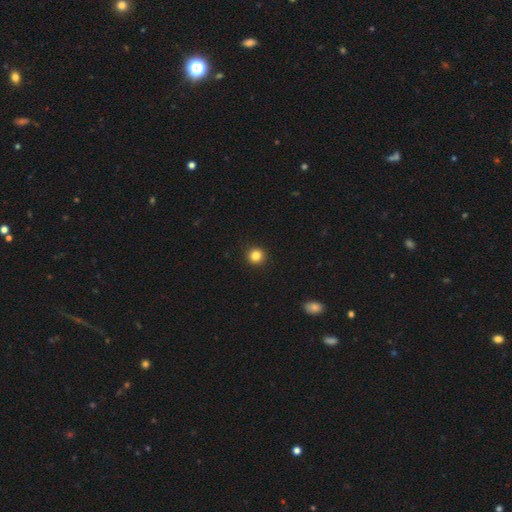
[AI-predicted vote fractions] A smooth galaxy with no disk features (84%) that is round (94%).

Vote fractions:
- Smooth or featured? smooth: 84% / star or artifact: 12% / featured or disk: 5%
- How rounded? round: 94% / in between: 5% / cigar-shaped: 1%
- Merging? none: 93% / minor disturbance: 5% / major disturbance: 2% / merger: 1%